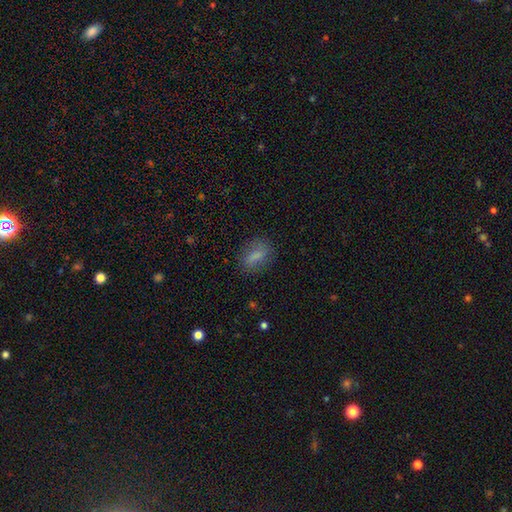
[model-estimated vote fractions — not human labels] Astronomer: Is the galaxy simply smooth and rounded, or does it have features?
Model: smooth — 77%.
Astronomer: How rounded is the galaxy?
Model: in between — 74%.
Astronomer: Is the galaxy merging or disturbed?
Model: none — 79%.